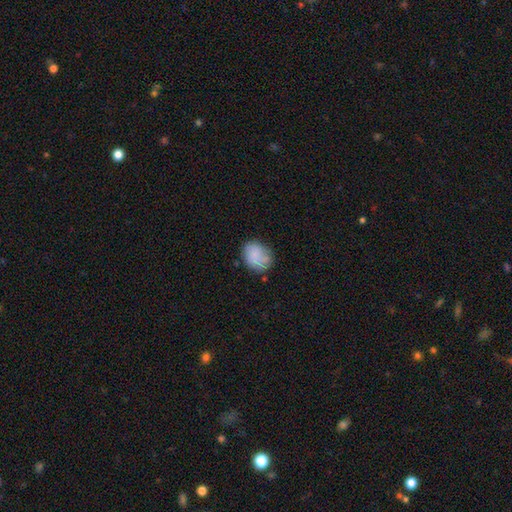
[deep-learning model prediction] Smooth or featured? Predicted: smooth (p=0.76). How rounded? Predicted: round (p=0.51). Merging? Predicted: none (p=0.64).